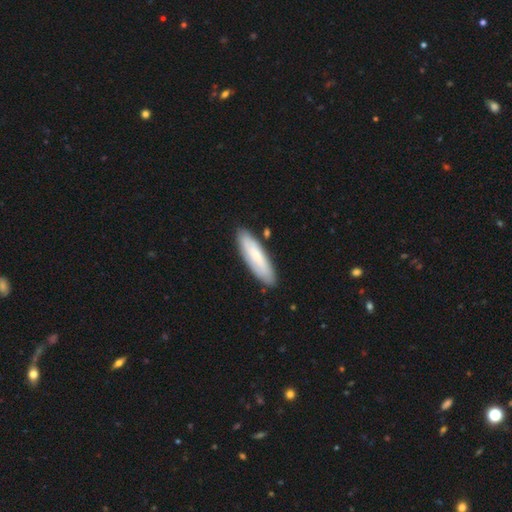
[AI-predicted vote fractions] Q: Smooth or featured?
A: smooth (71%); runner-up: featured or disk (23%)
Q: How rounded?
A: cigar-shaped (66%); runner-up: in between (33%)
Q: Merging?
A: none (85%); runner-up: minor disturbance (11%)